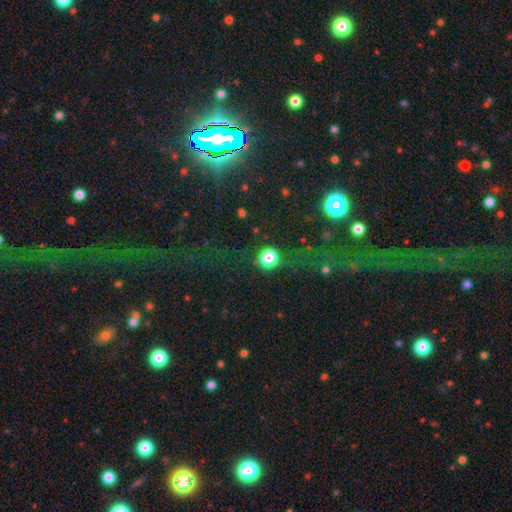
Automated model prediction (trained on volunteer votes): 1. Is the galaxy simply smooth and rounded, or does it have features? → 75% star or artifact, 15% smooth, 11% featured or disk.